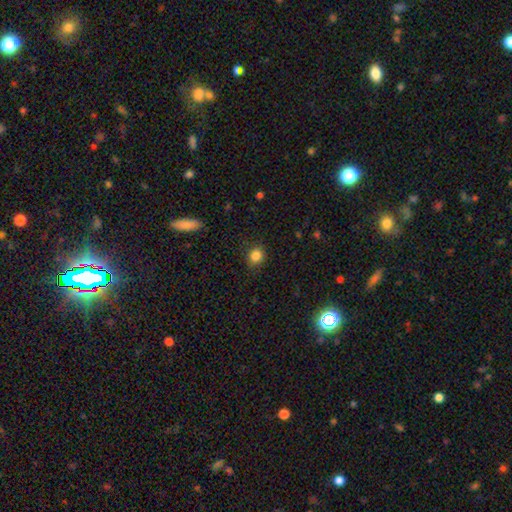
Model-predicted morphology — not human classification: A smooth galaxy with no disk features (85%) that is round (76%). Merging: none (85%).